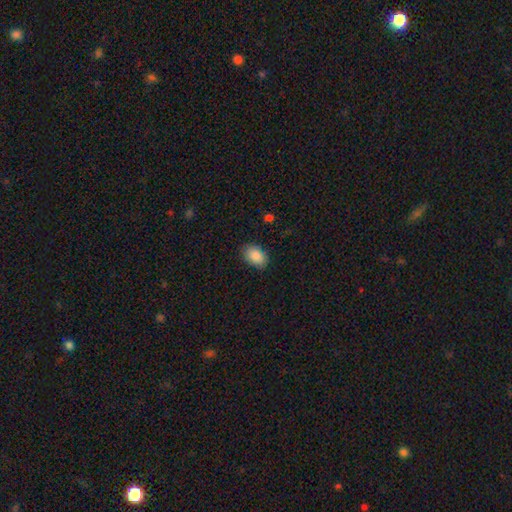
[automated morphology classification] Smooth or featured: smooth — 89% (star or artifact — 7%)
How rounded: in between — 87% (round — 12%)
Merging: none — 85% (minor disturbance — 11%)